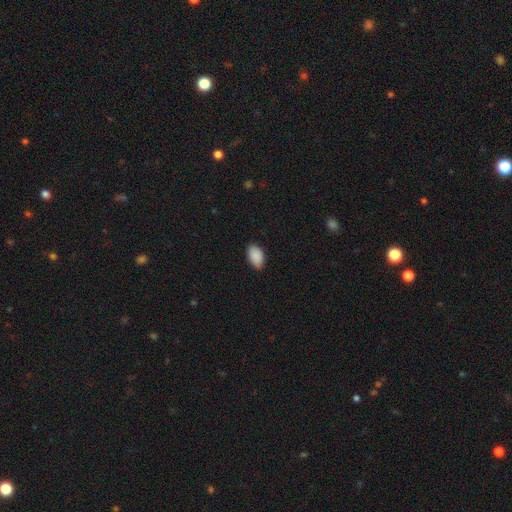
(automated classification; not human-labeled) The model was most divided on "merging": none: 82%, minor disturbance: 14%, major disturbance: 2%, merger: 1%. More confident: how rounded — in between (94%); smooth or featured — smooth (90%).